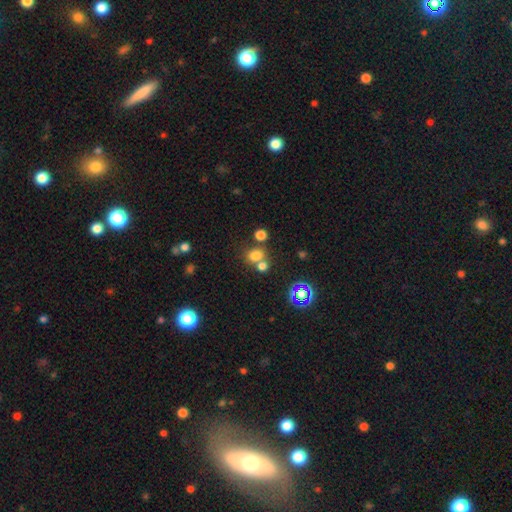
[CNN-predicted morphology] A smooth galaxy with no disk features (71%) that is round (71%). Merging: none (54%).